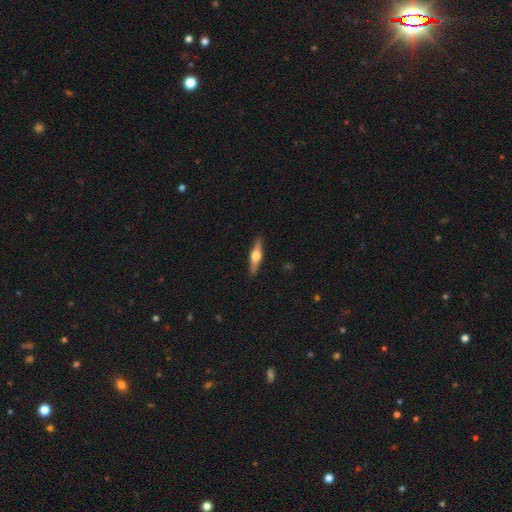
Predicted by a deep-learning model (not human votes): Q: Smooth or featured?
A: featured or disk (67%); runner-up: smooth (27%)
Q: Edge-on disk?
A: yes (97%); runner-up: no (3%)
Q: Edge-on bulge?
A: rounded (95%); runner-up: boxy (3%)
Q: Merging?
A: none (91%); runner-up: minor disturbance (7%)